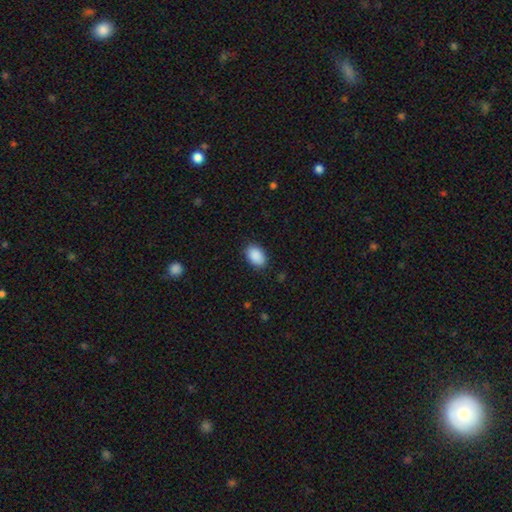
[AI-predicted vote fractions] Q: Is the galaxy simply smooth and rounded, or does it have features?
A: smooth — 90%.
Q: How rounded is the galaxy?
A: in between — 90%.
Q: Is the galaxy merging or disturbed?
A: none — 86%.